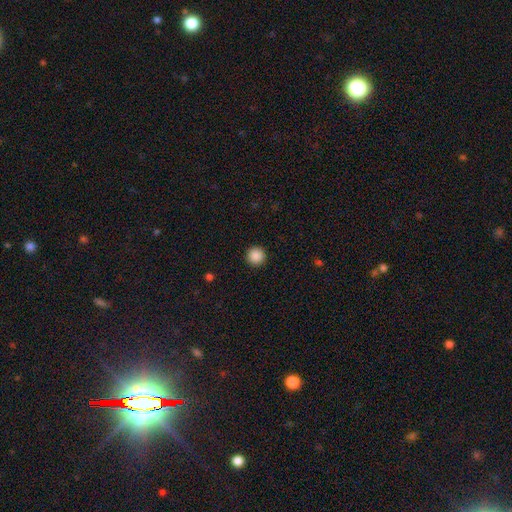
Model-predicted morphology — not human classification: A smooth galaxy with no disk features (88%) that is round (96%).

Vote fractions:
- Smooth or featured? smooth: 88% / star or artifact: 10% / featured or disk: 2%
- How rounded? round: 96% / in between: 3% / cigar-shaped: 1%
- Merging? none: 93% / minor disturbance: 4% / major disturbance: 2% / merger: 1%